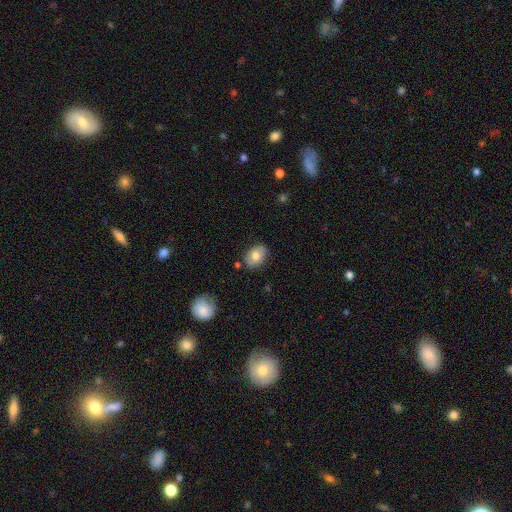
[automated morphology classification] Q: Smooth or featured?
A: smooth (74%); runner-up: featured or disk (18%)
Q: How rounded?
A: in between (78%); runner-up: round (21%)
Q: Merging?
A: none (80%); runner-up: minor disturbance (14%)